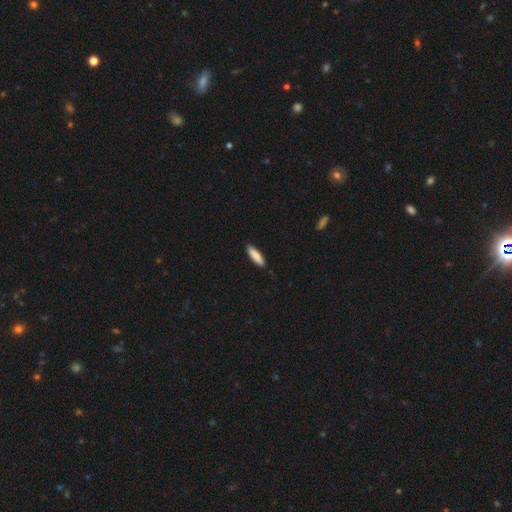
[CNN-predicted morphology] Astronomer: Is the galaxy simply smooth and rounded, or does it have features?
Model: smooth — 88%.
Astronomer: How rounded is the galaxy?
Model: cigar-shaped — 62% (runner-up: in between, 37%).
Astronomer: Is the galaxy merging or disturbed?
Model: none — 88%.